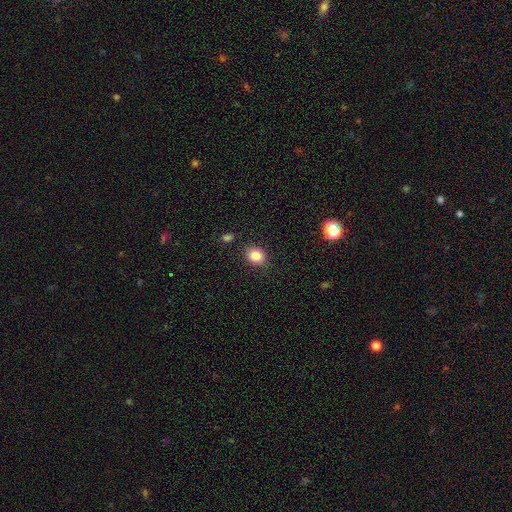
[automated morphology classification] type=smooth (84%); roundness=round (52%); merging=none (84%).